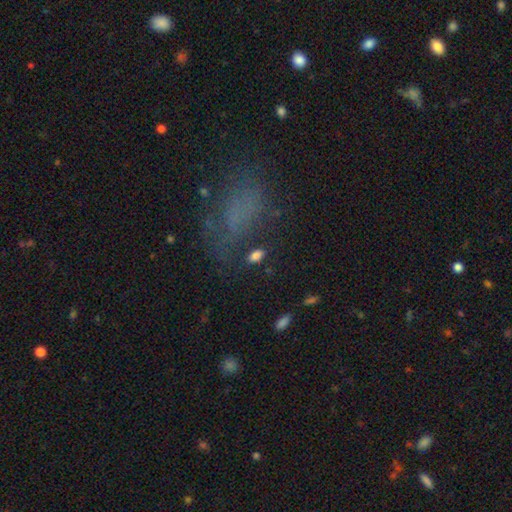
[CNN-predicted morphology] smooth-or-featured: smooth: 82% | star or artifact: 11% | featured or disk: 7%
  how-rounded: in between: 90% | round: 6% | cigar-shaped: 4%
  merging: none: 84% | minor disturbance: 10% | major disturbance: 4% | merger: 2%